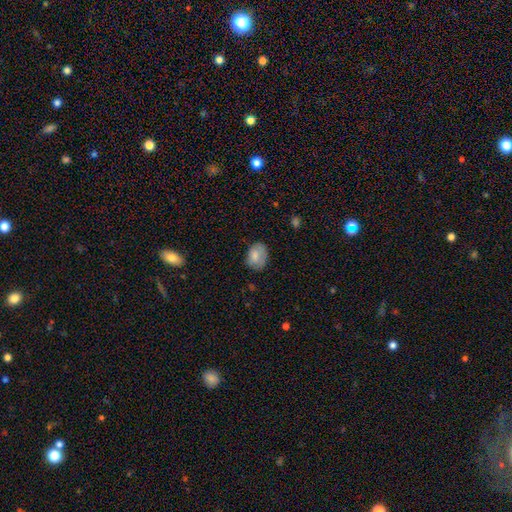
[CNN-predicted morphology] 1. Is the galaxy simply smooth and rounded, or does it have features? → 76% smooth, 16% featured or disk, 8% star or artifact.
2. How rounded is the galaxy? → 69% in between, 30% round, 1% cigar-shaped.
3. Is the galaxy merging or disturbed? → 64% none, 26% minor disturbance, 8% major disturbance, 1% merger.